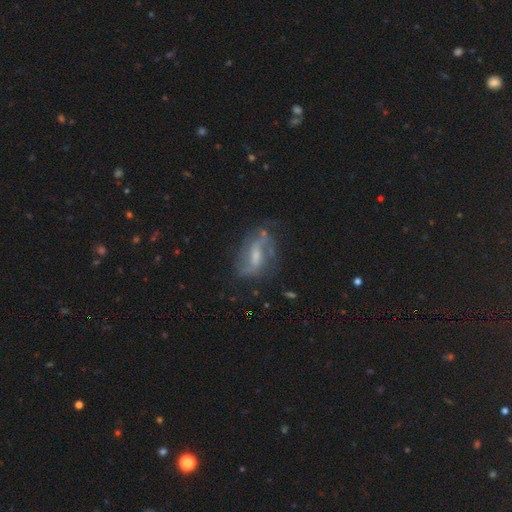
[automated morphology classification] Overall: featured or disk (78%). Edge-on disk: no (94%). Bar: weak (51%; strong 29%). Spiral arms: yes (88%). Spiral arm count: 2 (80%). Spiral winding: loose (50%; medium 37%). Bulge size: small (41%; moderate 39%). Merging: none (63%).